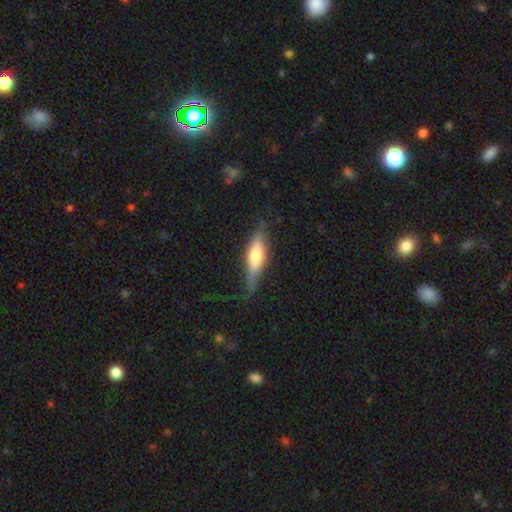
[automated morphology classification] The model was most divided on "smooth or featured": smooth: 49%, featured or disk: 45%, star or artifact: 7%. More confident: merging — none (74%).